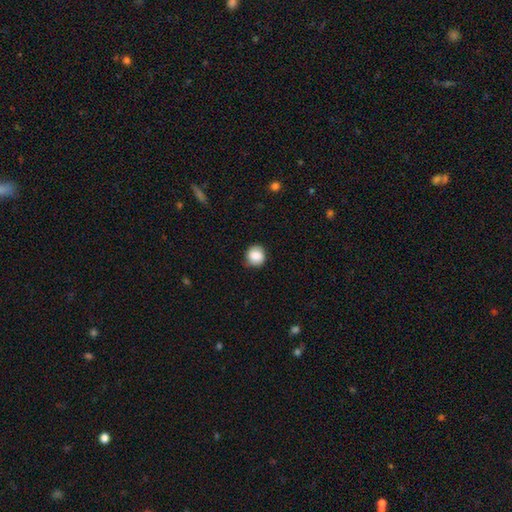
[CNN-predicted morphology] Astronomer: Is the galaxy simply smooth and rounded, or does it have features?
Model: smooth — 85%.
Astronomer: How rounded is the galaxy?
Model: round — 87%.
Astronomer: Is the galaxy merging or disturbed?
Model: none — 81%.